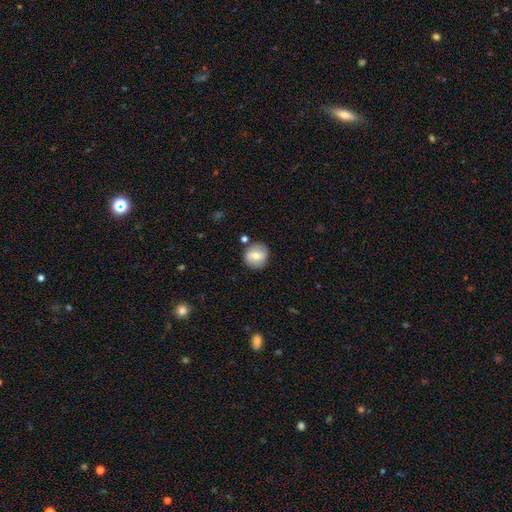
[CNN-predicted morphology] smooth_or_featured: smooth (p=0.66) [alt: featured or disk p=0.26]
how_rounded: round (p=0.90) [alt: in between p=0.09]
merging: none (p=0.82) [alt: minor disturbance p=0.10]